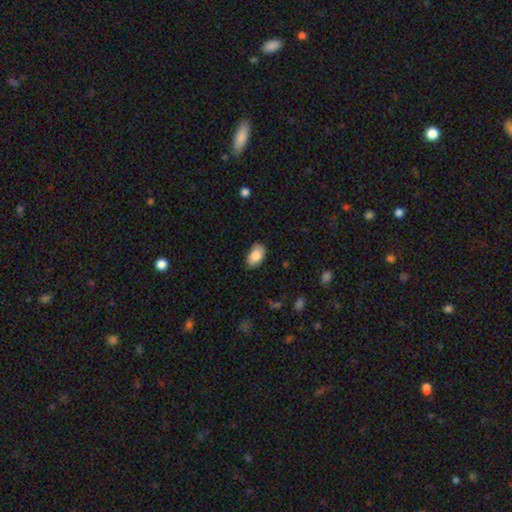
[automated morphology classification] Smooth or featured?
  - smooth: 86% *
  - featured or disk: 7%
  - star or artifact: 7%
How rounded?
  - in between: 93% *
  - round: 6%
  - cigar-shaped: 2%
Merging?
  - none: 80% *
  - minor disturbance: 16%
  - major disturbance: 3%
  - merger: 1%